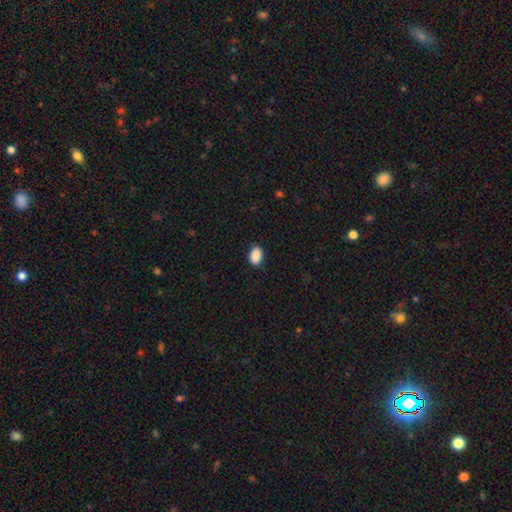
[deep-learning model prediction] The model was most divided on "how rounded": in between: 84%, round: 14%, cigar-shaped: 1%. More confident: smooth or featured — smooth (90%); merging — none (84%).